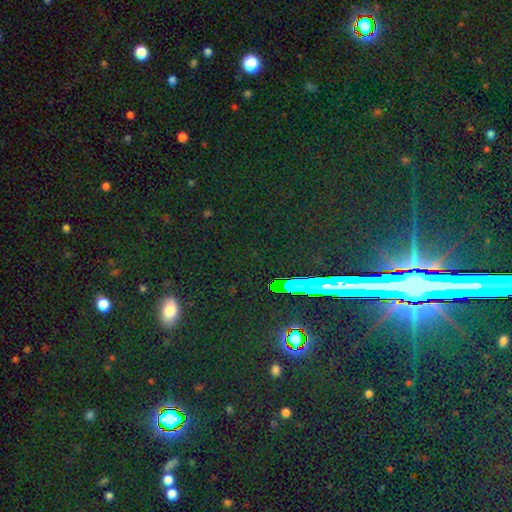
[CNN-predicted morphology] type=star or artifact (79%).